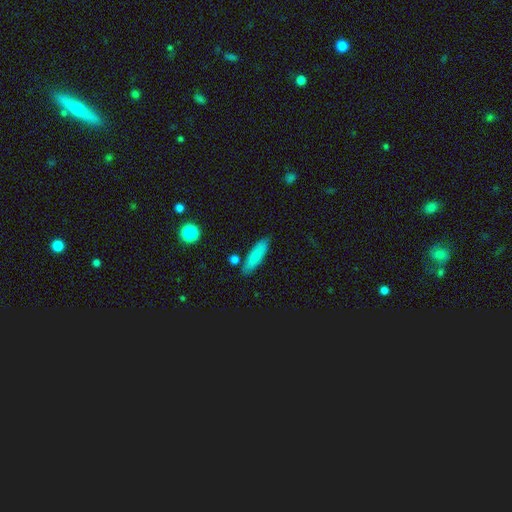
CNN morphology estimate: The model was most divided on "how rounded": cigar-shaped: 61%, in between: 37%, round: 2%. More confident: smooth or featured — smooth (82%); merging — none (81%).